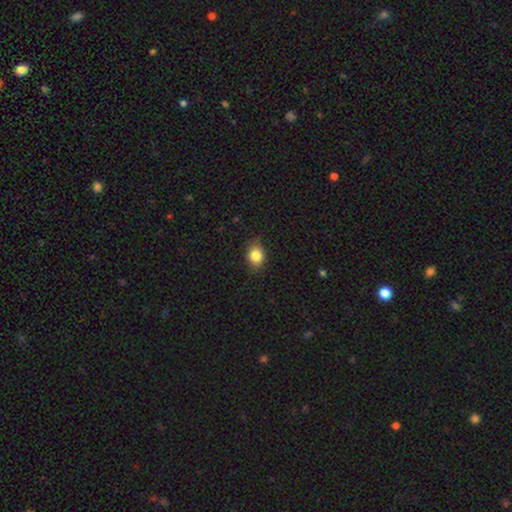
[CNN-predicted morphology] A smooth galaxy with no disk features (85%) that is round (51%).

Vote fractions:
- Smooth or featured? smooth: 85% / star or artifact: 10% / featured or disk: 6%
- How rounded? round: 51% / in between: 48% / cigar-shaped: 1%
- Merging? none: 82% / minor disturbance: 15% / major disturbance: 3% / merger: 1%